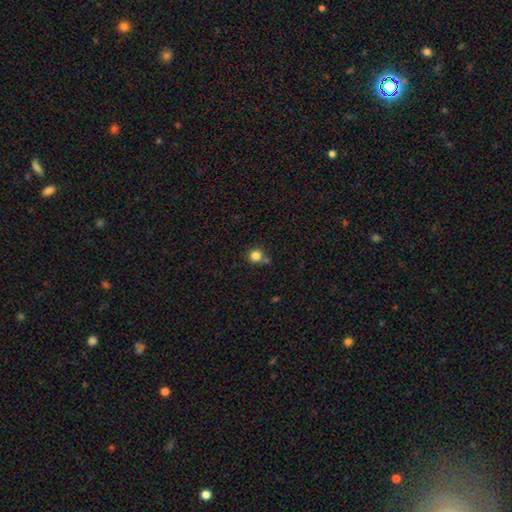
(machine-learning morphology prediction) smooth-or-featured: smooth: 83% | star or artifact: 12% | featured or disk: 5%
  how-rounded: round: 90% | in between: 9% | cigar-shaped: 1%
  merging: none: 65% | merger: 19% | minor disturbance: 12% | major disturbance: 4%